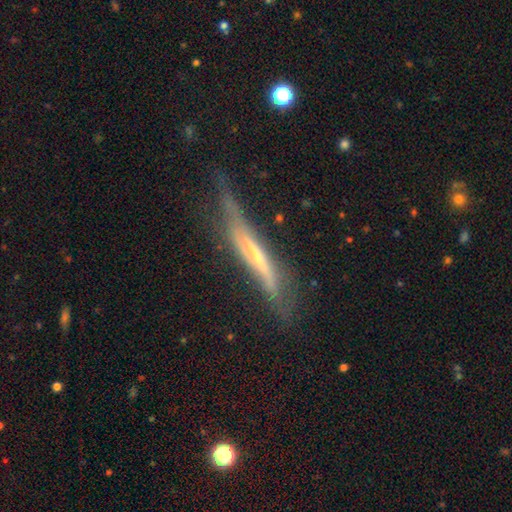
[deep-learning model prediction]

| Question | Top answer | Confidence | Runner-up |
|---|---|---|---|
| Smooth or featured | featured or disk | 67% | smooth (25%) |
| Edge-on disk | yes | 87% | no (13%) |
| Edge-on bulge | none | 55% | rounded (31%) |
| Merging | none | 56% | minor disturbance (30%) |